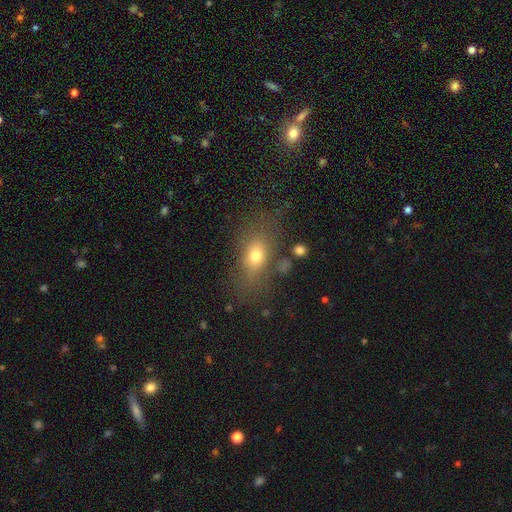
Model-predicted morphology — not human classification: smooth-or-featured: smooth: 70% | featured or disk: 17% | star or artifact: 13%
  how-rounded: in between: 72% | round: 19% | cigar-shaped: 9%
  merging: none: 68% | minor disturbance: 18% | major disturbance: 10% | merger: 4%